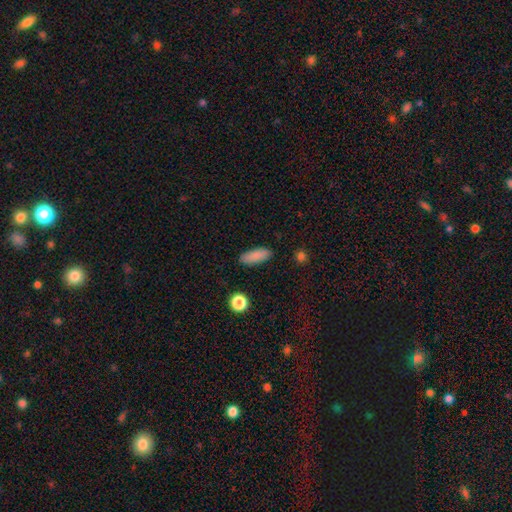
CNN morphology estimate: smooth-or-featured: smooth: 87% | star or artifact: 8% | featured or disk: 5%
  how-rounded: in between: 72% | cigar-shaped: 25% | round: 3%
  merging: none: 88% | minor disturbance: 9% | major disturbance: 2% | merger: 1%